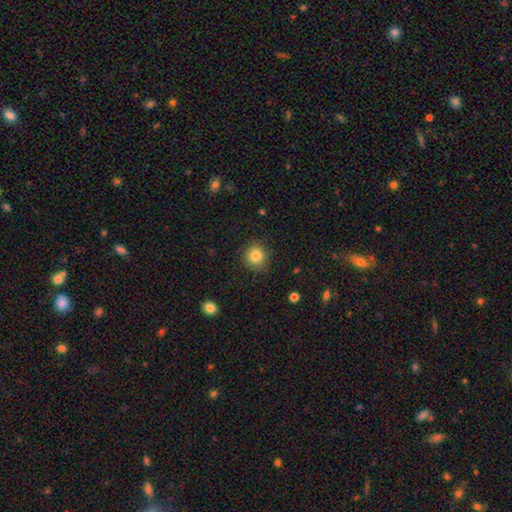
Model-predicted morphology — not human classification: smooth_or_featured: smooth (p=0.84) [alt: star or artifact p=0.10]
how_rounded: round (p=0.90) [alt: in between p=0.10]
merging: none (p=0.87) [alt: minor disturbance p=0.09]